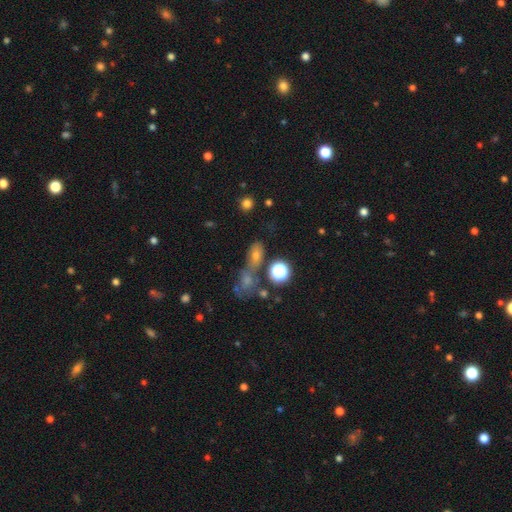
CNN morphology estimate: This is possibly a smooth galaxy (50%). How rounded: possibly in between (57%). Merging: possibly none (51%).